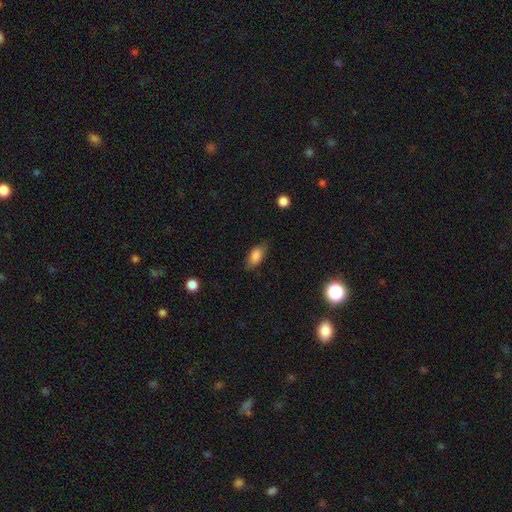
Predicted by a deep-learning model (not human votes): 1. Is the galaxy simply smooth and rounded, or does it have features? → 83% smooth, 9% featured or disk, 8% star or artifact.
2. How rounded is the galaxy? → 88% in between, 9% cigar-shaped, 4% round.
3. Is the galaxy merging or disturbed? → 78% none, 17% minor disturbance, 4% major disturbance, 1% merger.